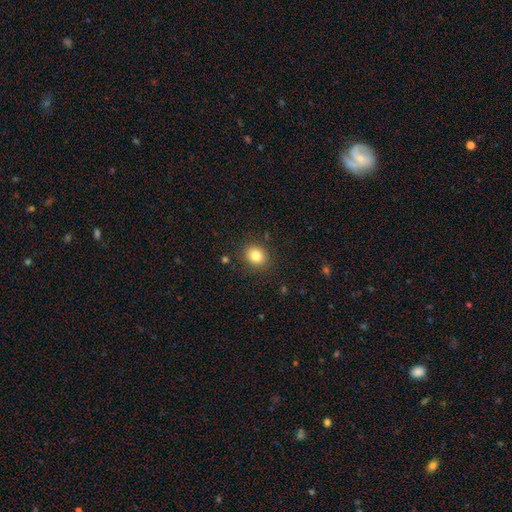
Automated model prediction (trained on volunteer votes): Morphology: type=smooth (83%); roundness=round (65%); merging=none (88%).